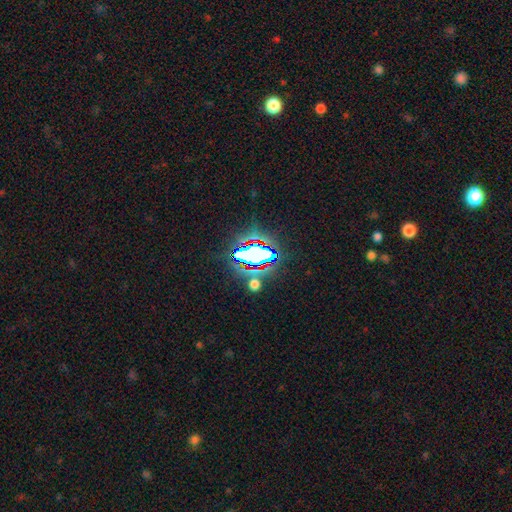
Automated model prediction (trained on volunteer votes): Smooth or featured?
  - star or artifact: 64% *
  - smooth: 21%
  - featured or disk: 15%